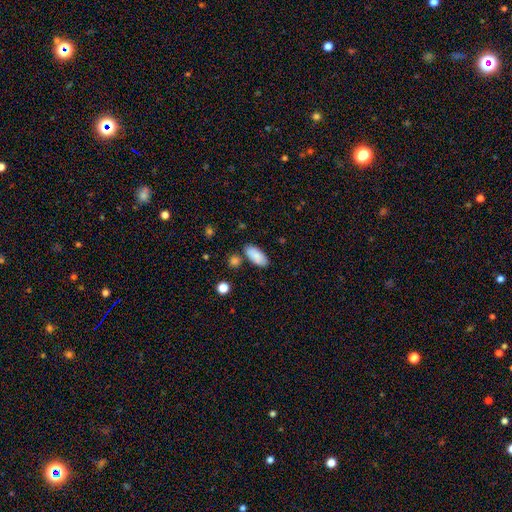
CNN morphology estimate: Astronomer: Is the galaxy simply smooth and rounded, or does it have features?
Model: smooth — 86%.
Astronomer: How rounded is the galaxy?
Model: in between — 88%.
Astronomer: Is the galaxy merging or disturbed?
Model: none — 76%.